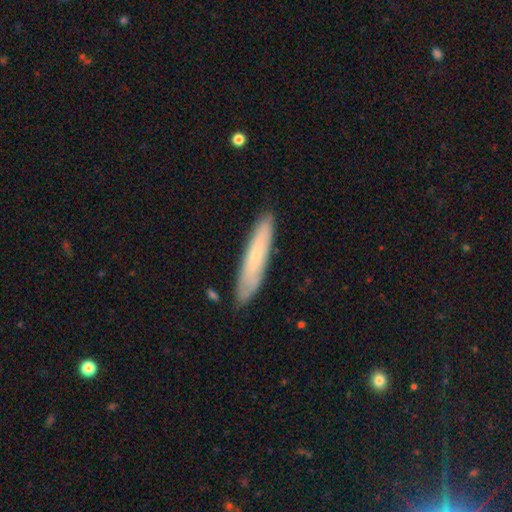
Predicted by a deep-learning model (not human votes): Smooth or featured? Predicted: smooth (p=0.57). How rounded? Predicted: cigar-shaped (p=0.89). Merging? Predicted: none (p=0.85).